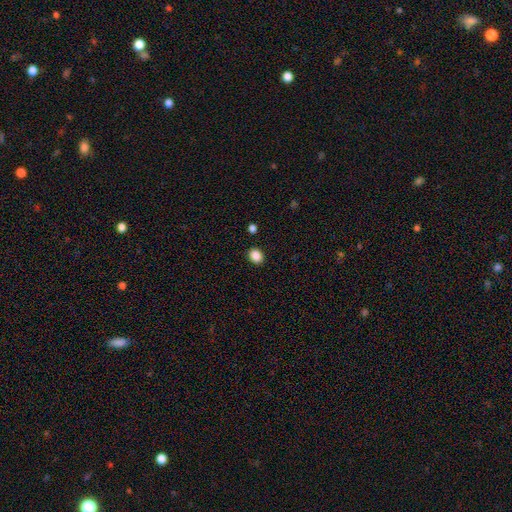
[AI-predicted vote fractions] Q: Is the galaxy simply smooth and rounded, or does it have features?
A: smooth — 87%.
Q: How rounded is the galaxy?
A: round — 52%.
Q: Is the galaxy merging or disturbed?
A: none — 89%.